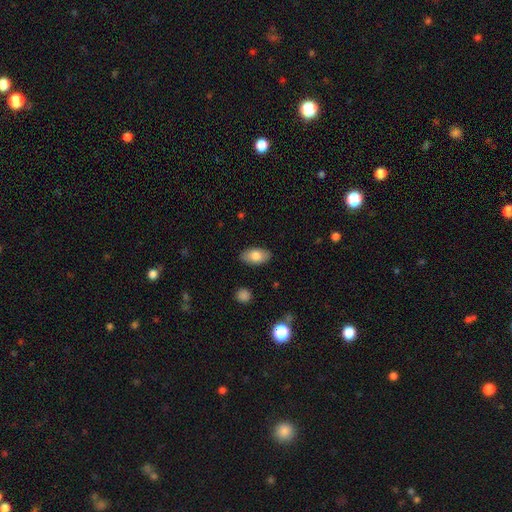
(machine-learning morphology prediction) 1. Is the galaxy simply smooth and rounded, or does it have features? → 79% smooth, 15% featured or disk, 7% star or artifact.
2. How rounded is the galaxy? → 93% in between, 5% round, 2% cigar-shaped.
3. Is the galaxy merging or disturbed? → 87% none, 10% minor disturbance, 2% major disturbance, 1% merger.